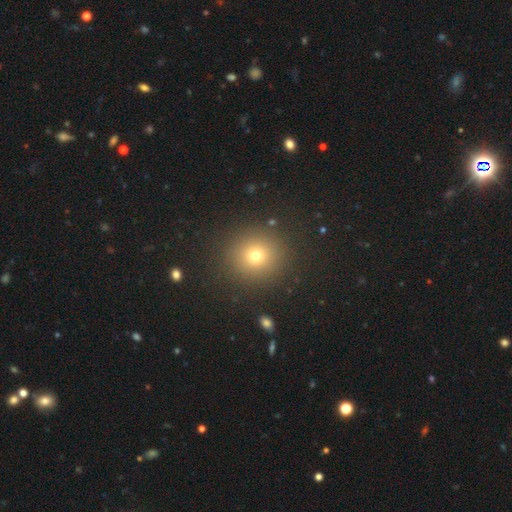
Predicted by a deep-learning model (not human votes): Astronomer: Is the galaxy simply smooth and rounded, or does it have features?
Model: smooth — 72%.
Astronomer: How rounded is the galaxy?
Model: round — 86%.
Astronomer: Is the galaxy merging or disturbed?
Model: none — 89%.